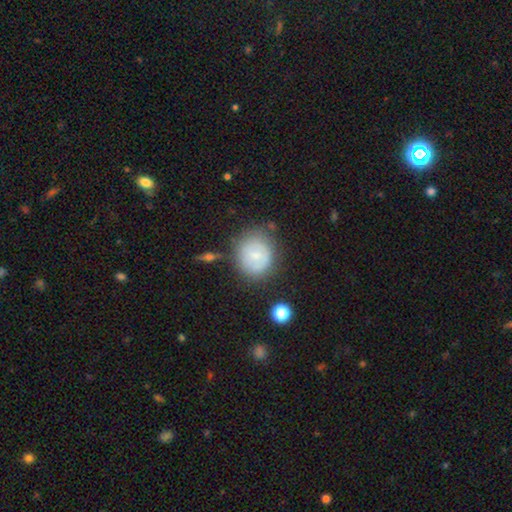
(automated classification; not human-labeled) The model was most divided on "smooth or featured": smooth: 65%, featured or disk: 27%, star or artifact: 9%. More confident: how rounded — round (79%); merging — none (66%).